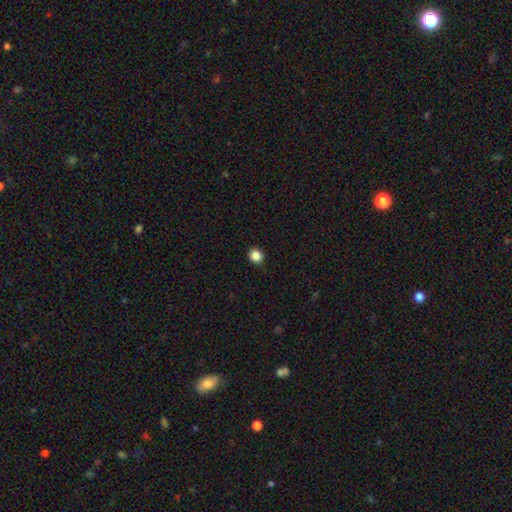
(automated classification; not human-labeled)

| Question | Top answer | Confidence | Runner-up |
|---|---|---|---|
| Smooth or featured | smooth | 86% | star or artifact (11%) |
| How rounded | round | 88% | in between (11%) |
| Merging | none | 88% | minor disturbance (9%) |